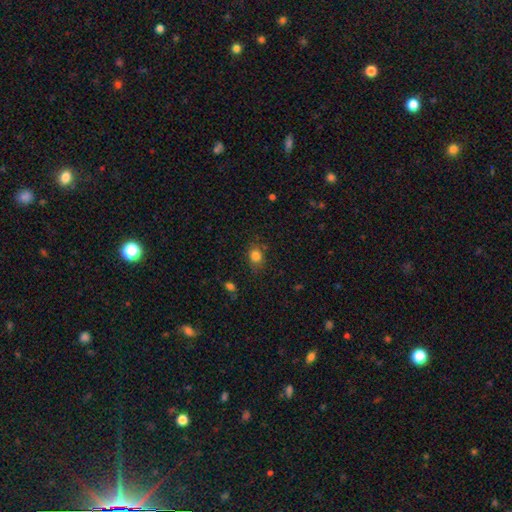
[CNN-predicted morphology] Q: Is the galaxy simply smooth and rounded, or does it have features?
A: smooth — 82%.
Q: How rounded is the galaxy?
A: round — 50%.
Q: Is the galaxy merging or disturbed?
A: none — 77%.